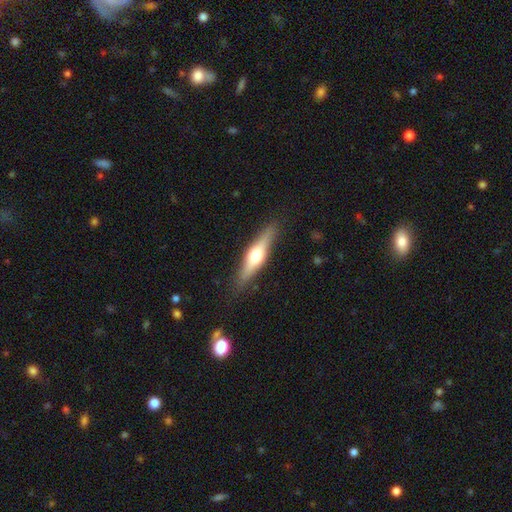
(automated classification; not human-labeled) The model was most divided on "smooth or featured": featured or disk: 54%, smooth: 40%, star or artifact: 6%. More confident: edge-on disk — yes (93%); edge-on bulge — rounded (91%); merging — none (86%).